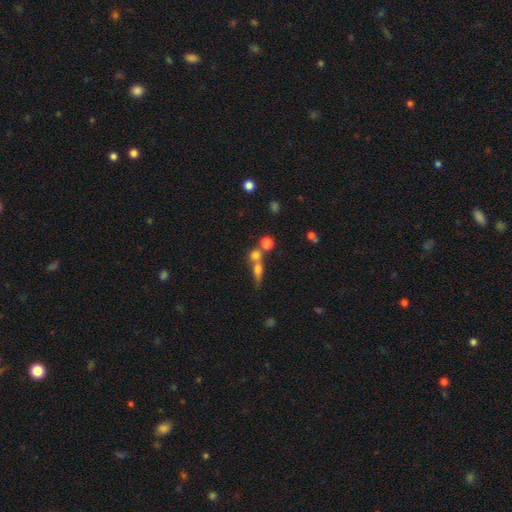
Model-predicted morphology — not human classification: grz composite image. It shows a smooth galaxy with no disk features (67%) that is round (65%). Merging: merger (47%).